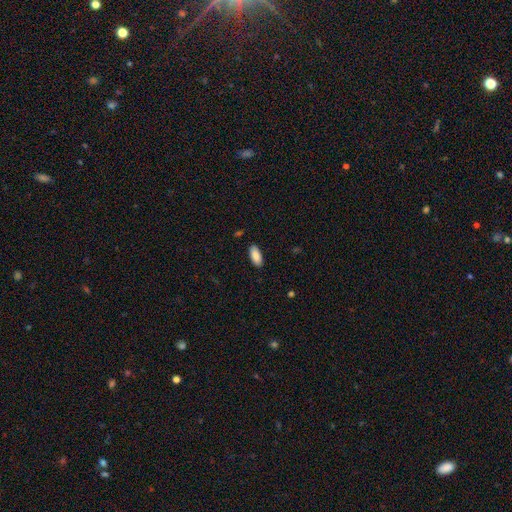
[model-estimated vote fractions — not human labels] Q: Smooth or featured?
A: smooth (89%); runner-up: star or artifact (6%)
Q: How rounded?
A: in between (87%); runner-up: cigar-shaped (11%)
Q: Merging?
A: none (89%); runner-up: minor disturbance (8%)